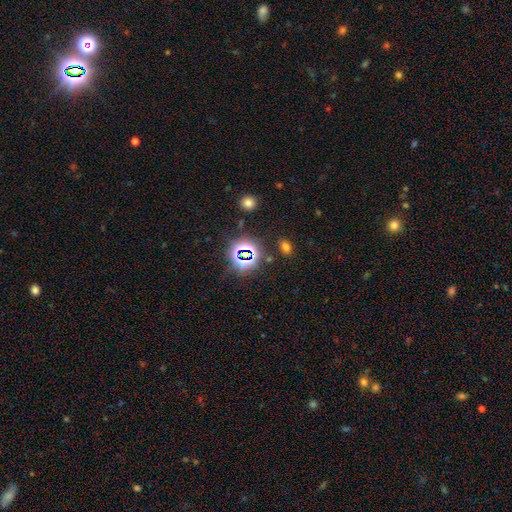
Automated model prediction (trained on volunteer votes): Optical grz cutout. It shows a star or artifact, not a galaxy (66%).